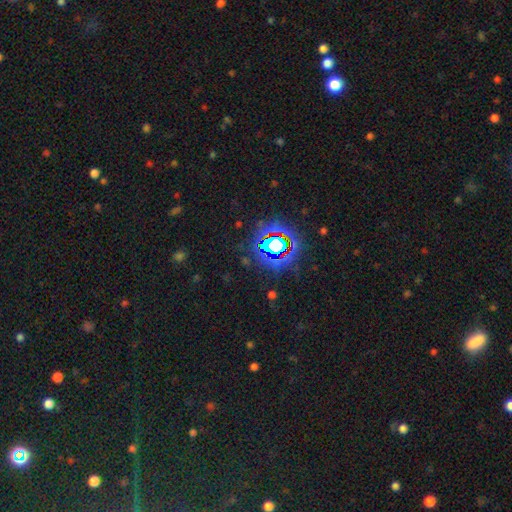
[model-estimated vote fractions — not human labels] This appears to be a star or artifact, not a galaxy (82%).